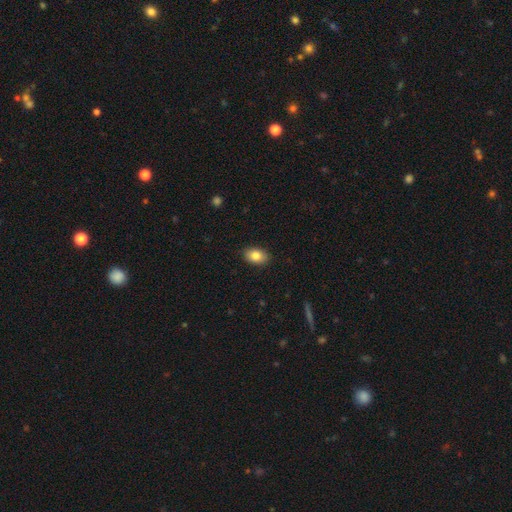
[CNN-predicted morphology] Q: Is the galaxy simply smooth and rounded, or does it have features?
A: smooth — 84%.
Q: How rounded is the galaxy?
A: in between — 86%.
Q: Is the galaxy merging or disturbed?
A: none — 89%.